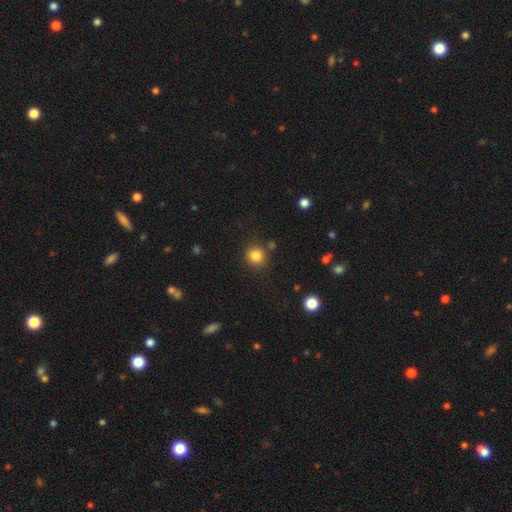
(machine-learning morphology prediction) Smooth or featured? Predicted: smooth (p=0.83). How rounded? Predicted: round (p=0.89). Merging? Predicted: none (p=0.83).